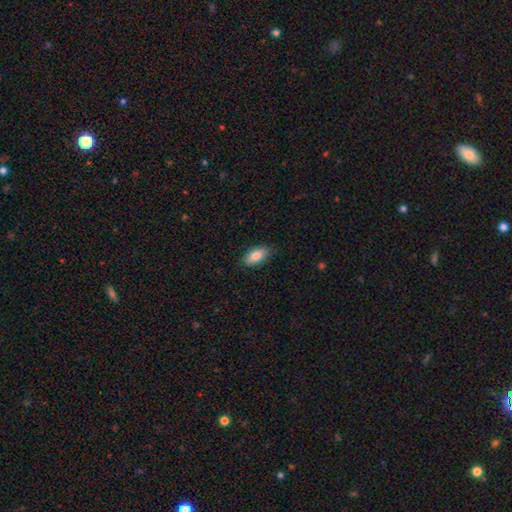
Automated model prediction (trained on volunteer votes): Smooth or featured? Predicted: smooth (p=0.84). How rounded? Predicted: in between (p=0.88). Merging? Predicted: none (p=0.85).